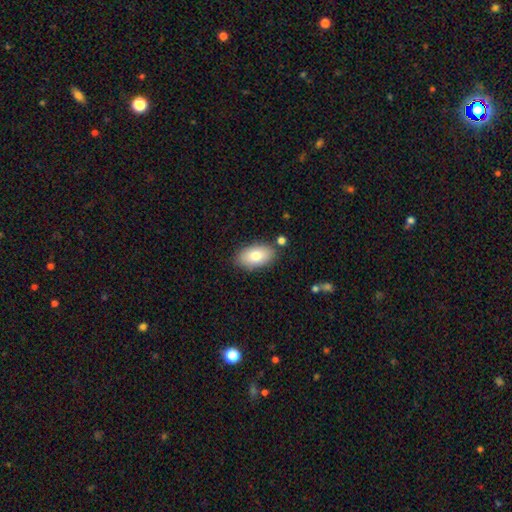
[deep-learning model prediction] Smooth or featured? Predicted: smooth (p=0.79). How rounded? Predicted: in between (p=0.93). Merging? Predicted: none (p=0.82).